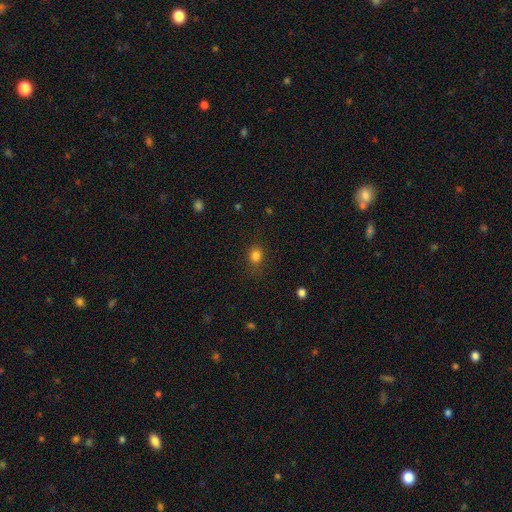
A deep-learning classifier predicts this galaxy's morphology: Smooth or featured?
  - smooth: 81% *
  - star or artifact: 14%
  - featured or disk: 5%
How rounded?
  - round: 69% *
  - in between: 30%
  - cigar-shaped: 1%
Merging?
  - none: 78% *
  - minor disturbance: 15%
  - major disturbance: 5%
  - merger: 2%